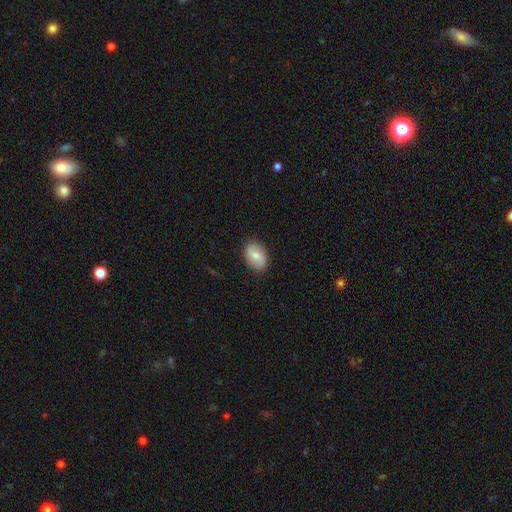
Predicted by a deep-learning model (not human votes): Overall: smooth (71%). How rounded: in between (80%). Merging: none (87%).